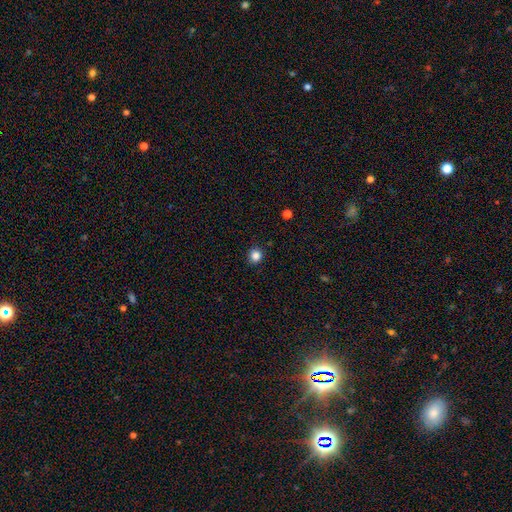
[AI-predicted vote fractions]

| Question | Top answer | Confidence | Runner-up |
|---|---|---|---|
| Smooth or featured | smooth | 84% | star or artifact (12%) |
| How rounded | round | 91% | in between (8%) |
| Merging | none | 91% | minor disturbance (6%) |